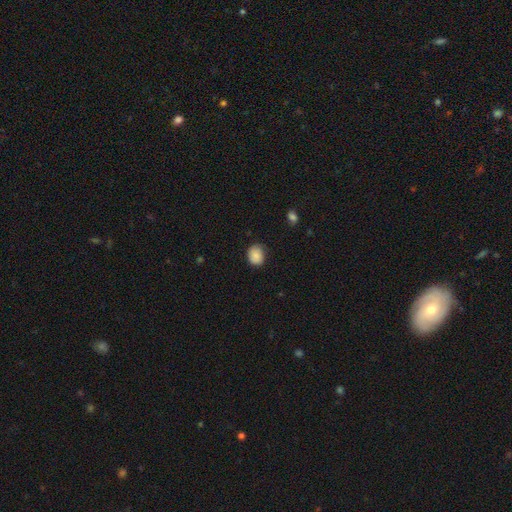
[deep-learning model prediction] smooth 87%, star or artifact 8%, featured or disk 5%. Down the decision tree: how rounded — round (54%); merging — none (75%).